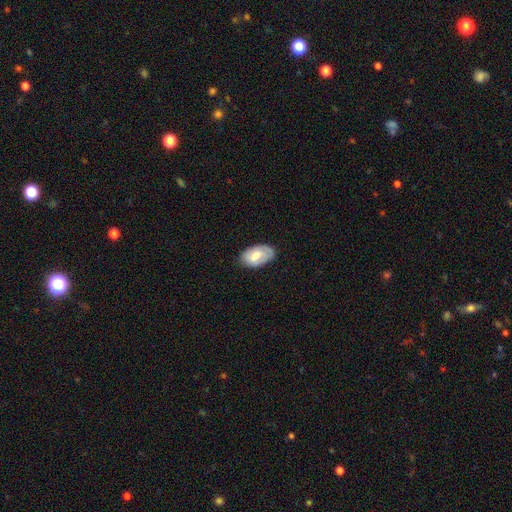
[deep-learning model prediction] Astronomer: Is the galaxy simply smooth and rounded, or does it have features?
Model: smooth — 61%.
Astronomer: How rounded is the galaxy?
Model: in between — 93%.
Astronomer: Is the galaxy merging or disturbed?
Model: none — 71%.